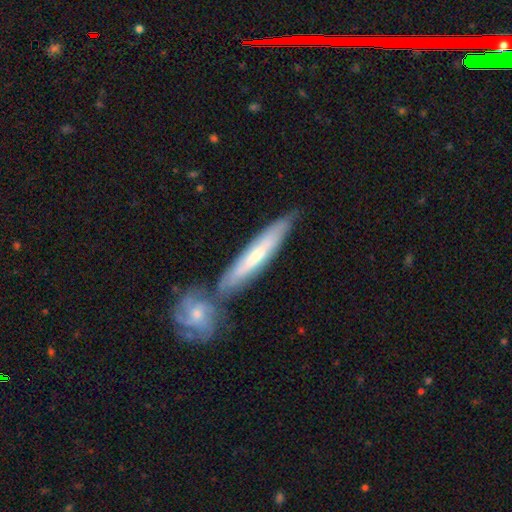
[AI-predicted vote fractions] A featured or disk galaxy (52%) viewed edge-on (64%).

Vote fractions:
- Smooth or featured? featured or disk: 52% / smooth: 42% / star or artifact: 5%
- Edge-on disk? yes: 64% / no: 36%
- Merging? none: 55% / merger: 28% / minor disturbance: 13% / major disturbance: 3%